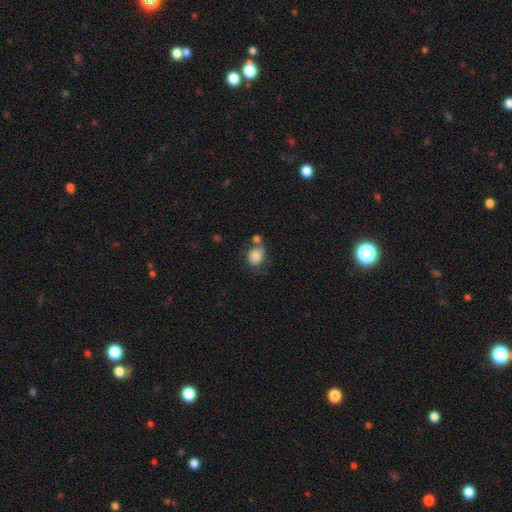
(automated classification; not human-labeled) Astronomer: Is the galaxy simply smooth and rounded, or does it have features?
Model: smooth — 82%.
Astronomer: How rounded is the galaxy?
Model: round — 57% (runner-up: in between, 42%).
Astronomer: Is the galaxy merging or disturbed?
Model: none — 40% (runner-up: merger, 26%).